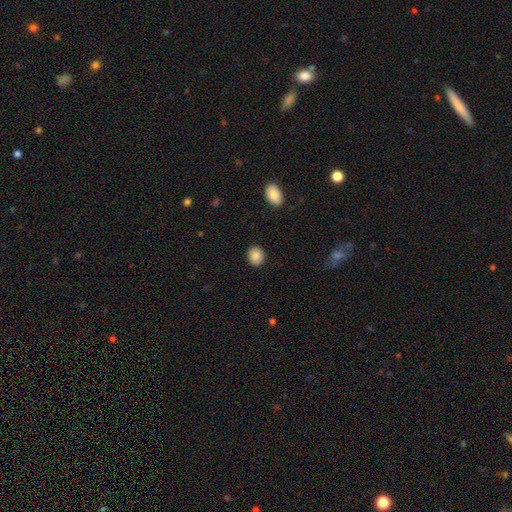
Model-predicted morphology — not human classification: Smooth or featured? smooth (89%)
How rounded? round (73%)
Merging? none (90%)